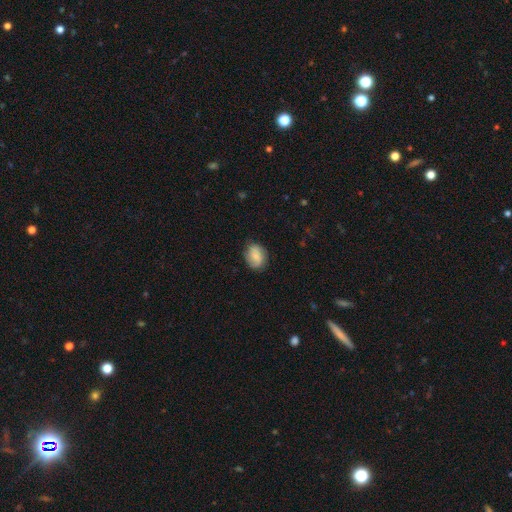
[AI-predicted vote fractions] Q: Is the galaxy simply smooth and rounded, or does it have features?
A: smooth — 64%.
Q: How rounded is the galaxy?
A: in between — 59%.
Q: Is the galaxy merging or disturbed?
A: none — 80%.